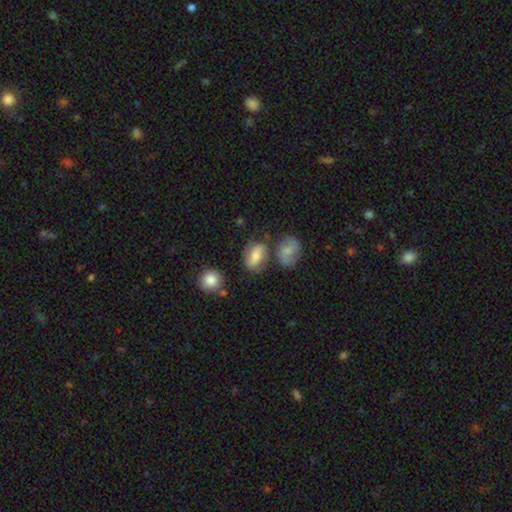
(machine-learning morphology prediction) smooth_or_featured: smooth (p=0.57) [alt: featured or disk p=0.33]
how_rounded: in between (p=0.74) [alt: round p=0.23]
merging: none (p=0.56) [alt: minor disturbance p=0.20]